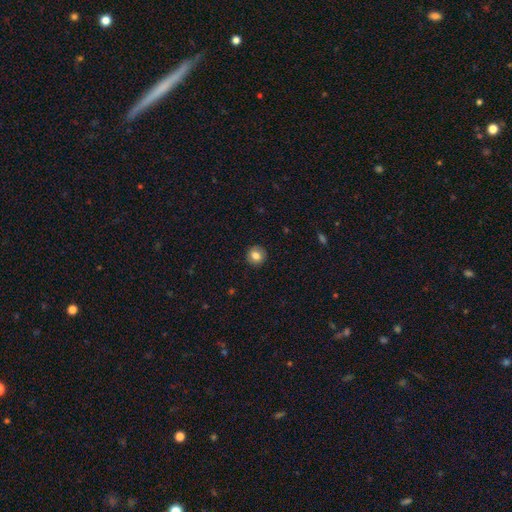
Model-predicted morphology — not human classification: type=smooth (80%); roundness=round (93%); merging=none (91%).